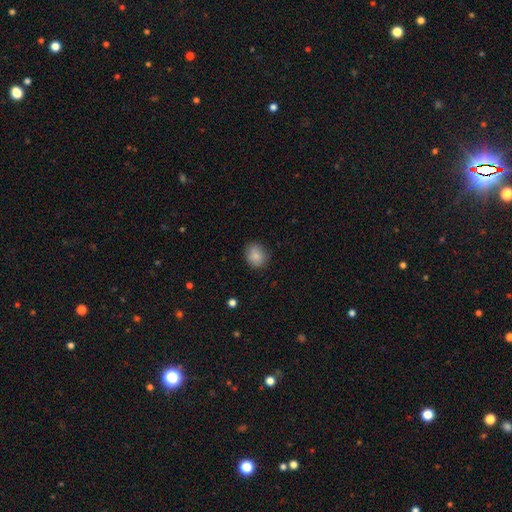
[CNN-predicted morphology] type=smooth (86%); roundness=round (66%); merging=none (83%).